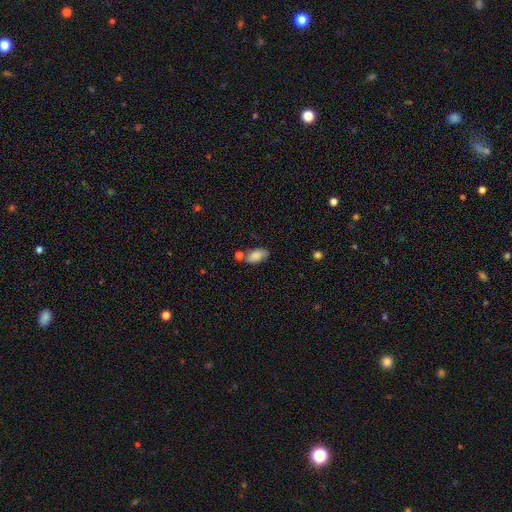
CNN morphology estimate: This appears to be a smooth galaxy with no disk features (85%) that is in between round and cigar-shaped (92%). Merging: none (61%).